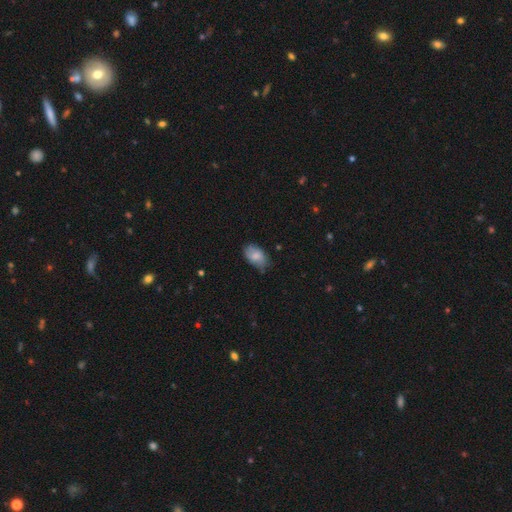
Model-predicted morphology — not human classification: Overall: smooth (78%). How rounded: in between (90%). Merging: none (60%; minor disturbance 32%).